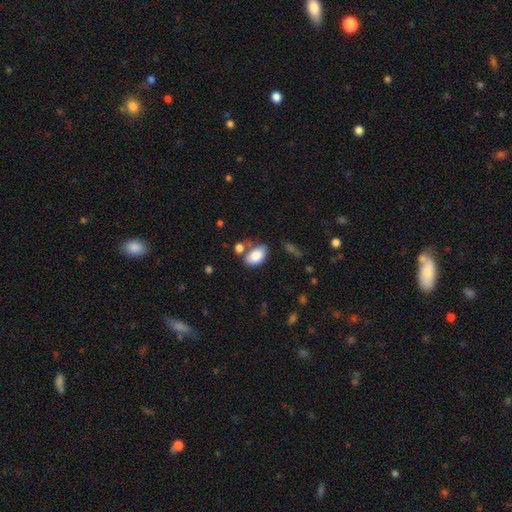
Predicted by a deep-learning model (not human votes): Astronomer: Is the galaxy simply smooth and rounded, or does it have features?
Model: smooth — 84%.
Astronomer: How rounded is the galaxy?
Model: in between — 91%.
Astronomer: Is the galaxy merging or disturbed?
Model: none — 54%.